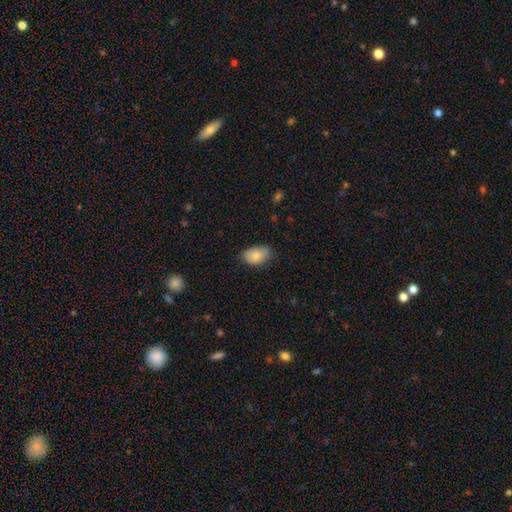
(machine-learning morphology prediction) Smooth or featured: smooth — 80% (featured or disk — 13%)
How rounded: in between — 89% (round — 9%)
Merging: none — 64% (minor disturbance — 30%)